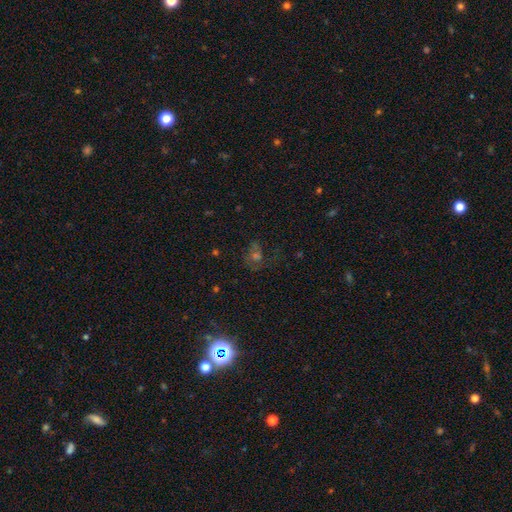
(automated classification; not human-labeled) This is marginally a star or artifact rather than a galaxy (43%).